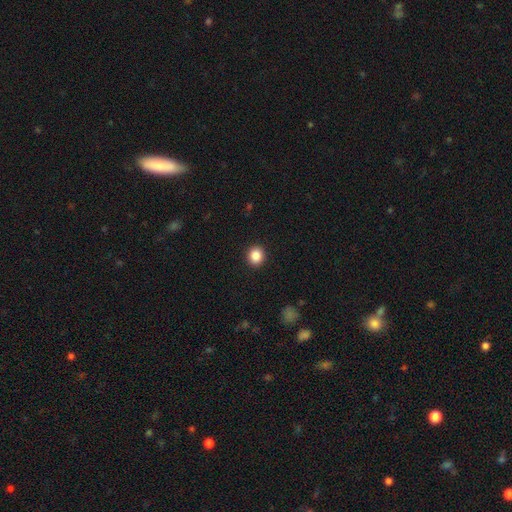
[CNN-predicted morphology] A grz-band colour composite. It shows a smooth galaxy with no disk features (87%) that is round (80%). Merging: none (92%).